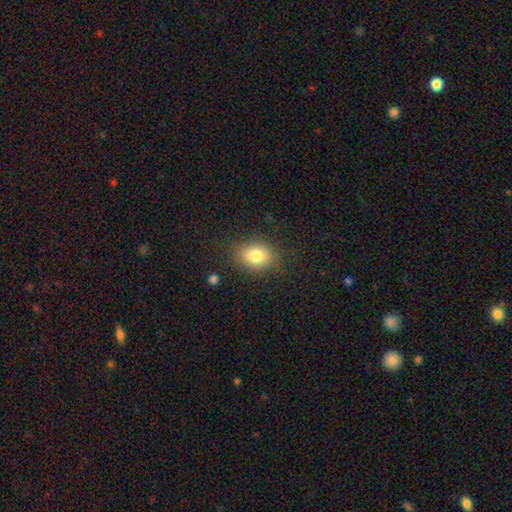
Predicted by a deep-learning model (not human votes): Morphology: type=smooth (80%); roundness=in between (62%); merging=none (84%).